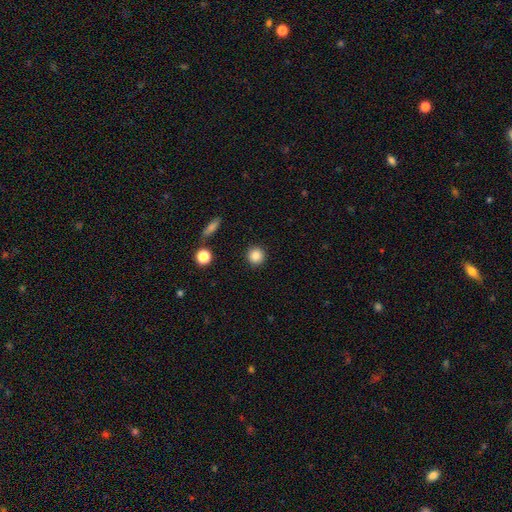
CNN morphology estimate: This is clearly a smooth galaxy (86%). How rounded: clearly round (93%). Merging: clearly none (91%).